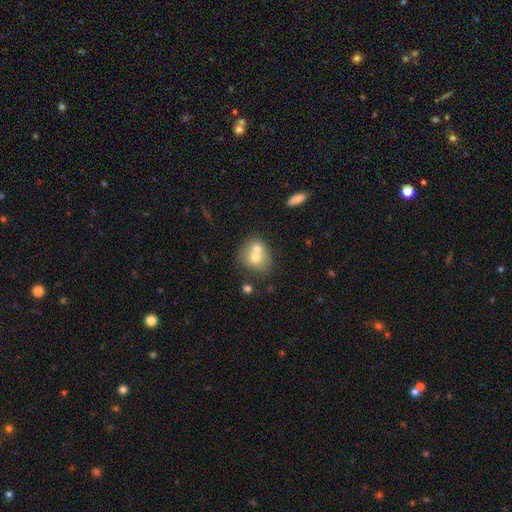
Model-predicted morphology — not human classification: Smooth or featured?
  - smooth: 64% *
  - featured or disk: 26%
  - star or artifact: 9%
How rounded?
  - round: 64% *
  - in between: 35%
  - cigar-shaped: 1%
Merging?
  - merger: 59% *
  - none: 29%
  - minor disturbance: 8%
  - major disturbance: 4%